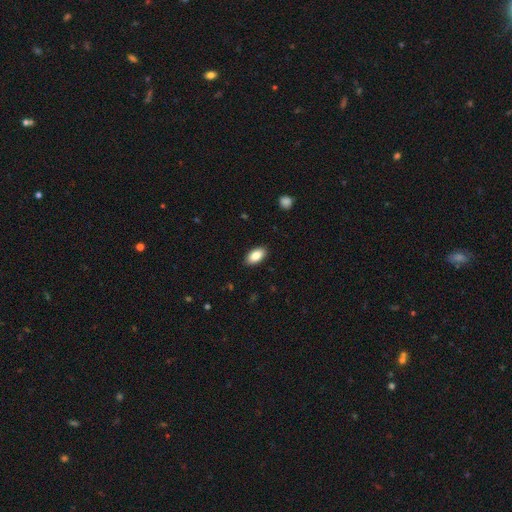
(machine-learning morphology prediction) Overall: smooth (85%). How rounded: in between (94%). Merging: none (89%).